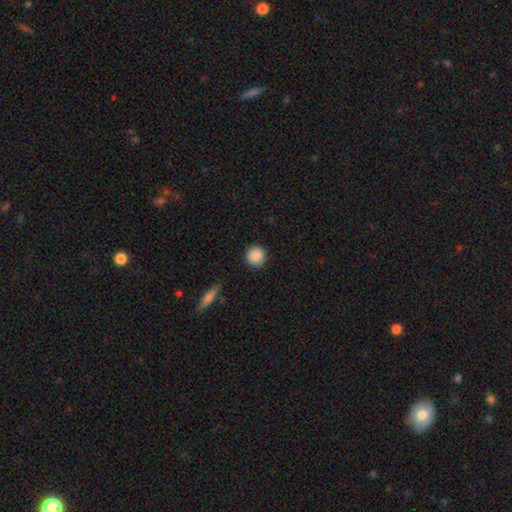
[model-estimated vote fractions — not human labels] The model was most divided on "smooth or featured": smooth: 88%, star or artifact: 8%, featured or disk: 4%. More confident: how rounded — round (93%); merging — none (90%).